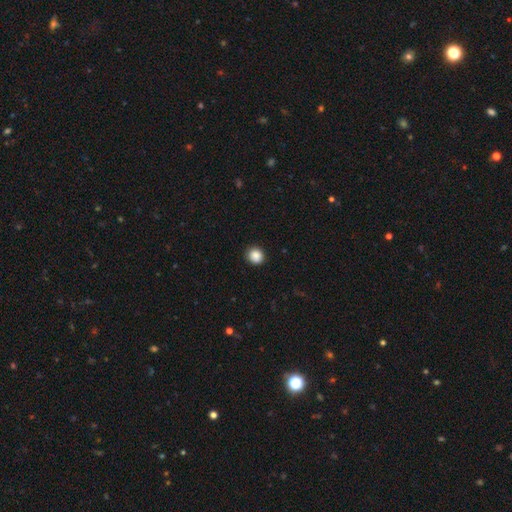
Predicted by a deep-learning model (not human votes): Morphology: type=smooth (87%); roundness=round (89%); merging=none (90%).